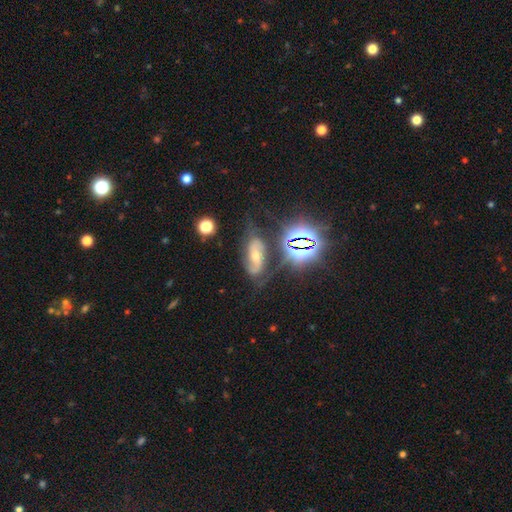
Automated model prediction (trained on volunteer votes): A featured or disk galaxy (56%) with no bar (50%), spiral arms (85%) and a moderate central bulge (59%).

Vote fractions:
- Smooth or featured? featured or disk: 56% / star or artifact: 28% / smooth: 16%
- Edge-on disk? no: 90% / yes: 10%
- Bar? no: 50% / weak: 31% / strong: 19%
- Spiral arms? yes: 85% / no: 15%
- Bulge size? moderate: 59% / small: 35% / large: 4% / none: 2% / dominant: 1%
- Merging? none: 60% / minor disturbance: 22% / major disturbance: 13% / merger: 4%